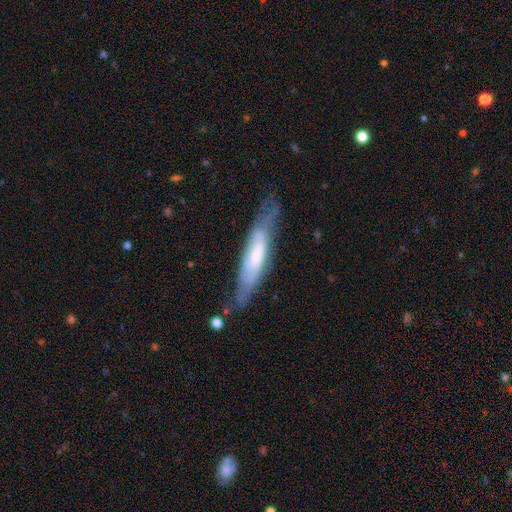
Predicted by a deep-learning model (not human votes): Overall: featured or disk (57%; smooth 37%). Edge-on disk: yes (55%; no 45%). Merging: none (60%; minor disturbance 26%).